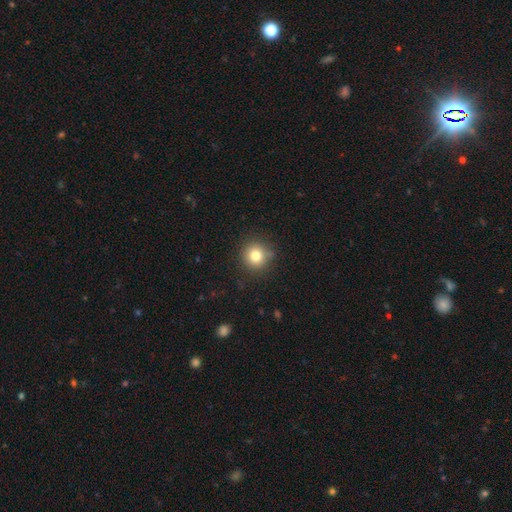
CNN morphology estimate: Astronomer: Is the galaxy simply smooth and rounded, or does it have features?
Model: smooth — 80%.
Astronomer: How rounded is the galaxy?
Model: round — 93%.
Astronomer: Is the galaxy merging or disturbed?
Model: none — 85%.